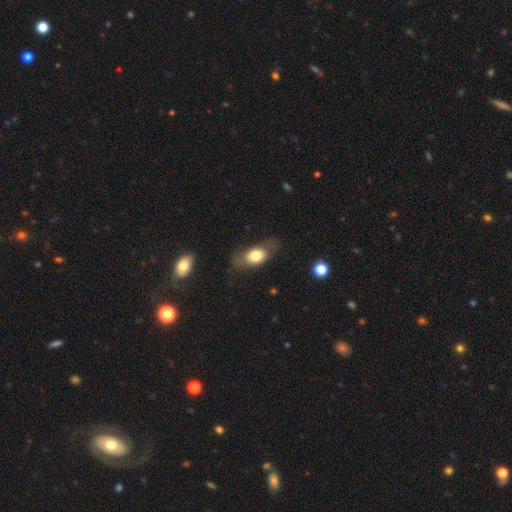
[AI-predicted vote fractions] Q: Smooth or featured?
A: smooth (71%); runner-up: featured or disk (22%)
Q: How rounded?
A: in between (83%); runner-up: round (11%)
Q: Merging?
A: none (69%); runner-up: minor disturbance (20%)